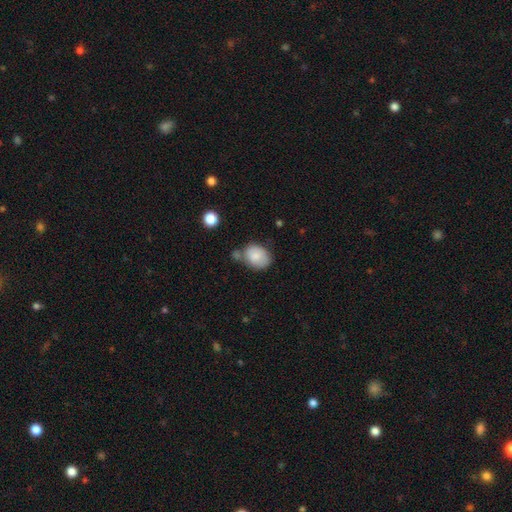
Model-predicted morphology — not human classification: Smooth or featured?
  - smooth: 82% *
  - featured or disk: 11%
  - star or artifact: 7%
How rounded?
  - in between: 62% *
  - round: 37%
  - cigar-shaped: 1%
Merging?
  - none: 54% *
  - minor disturbance: 23%
  - merger: 16%
  - major disturbance: 7%